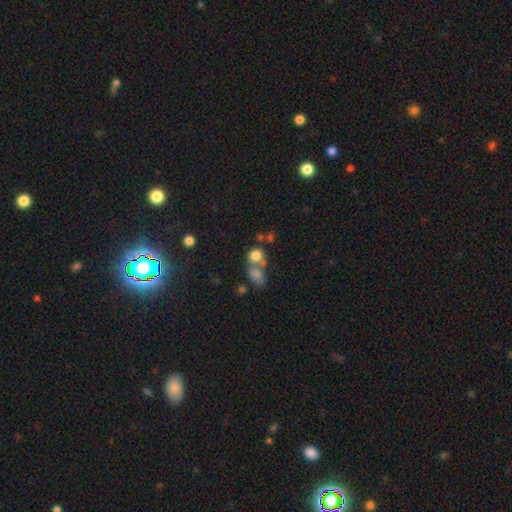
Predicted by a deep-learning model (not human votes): A smooth galaxy with no disk features (77%) that is round (72%).

Vote fractions:
- Smooth or featured? smooth: 77% / star or artifact: 12% / featured or disk: 11%
- How rounded? round: 72% / in between: 27% / cigar-shaped: 1%
- Merging? merger: 47% / none: 38% / minor disturbance: 9% / major disturbance: 6%